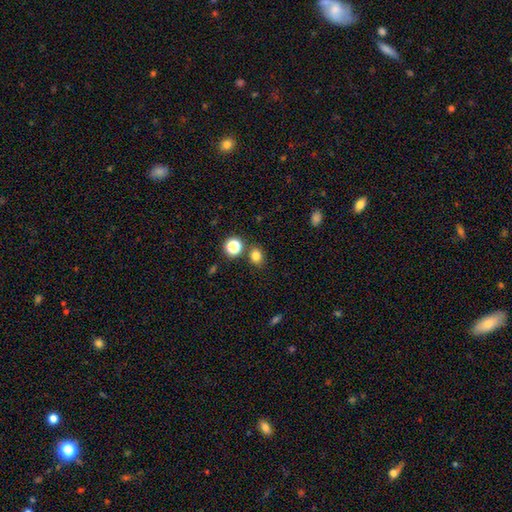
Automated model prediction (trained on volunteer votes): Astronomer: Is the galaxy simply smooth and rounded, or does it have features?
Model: smooth — 79%.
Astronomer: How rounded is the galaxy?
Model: round — 64%.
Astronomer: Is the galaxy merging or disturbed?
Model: none — 76%.